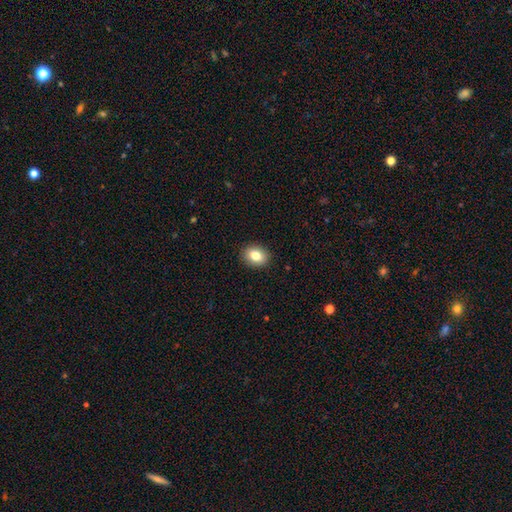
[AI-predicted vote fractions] The model was most divided on "how rounded": in between: 57%, round: 42%, cigar-shaped: 1%. More confident: merging — none (91%); smooth or featured — smooth (83%).